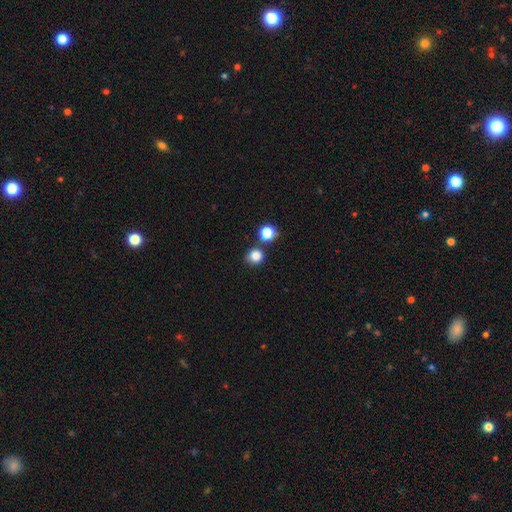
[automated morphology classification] This is clearly a smooth galaxy (83%). How rounded: clearly round (87%). Merging: likely none (74%).